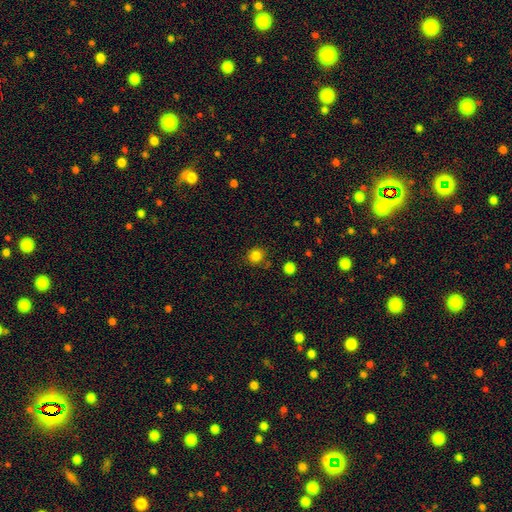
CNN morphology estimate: Smooth or featured: smooth — 83% (star or artifact — 13%)
How rounded: round — 89% (in between — 10%)
Merging: none — 82% (minor disturbance — 10%)